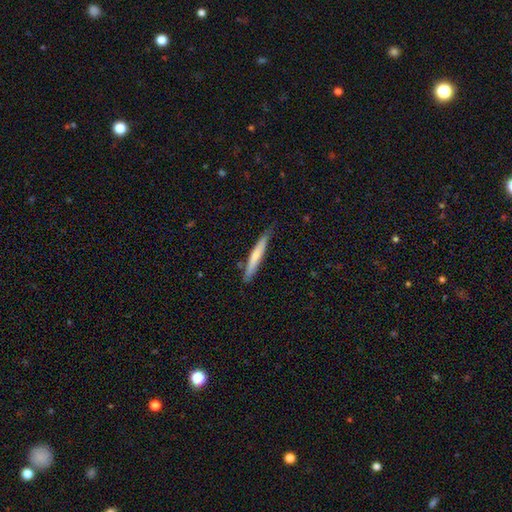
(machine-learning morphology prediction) smooth-or-featured: smooth: 59% | featured or disk: 35% | star or artifact: 6%
  how-rounded: cigar-shaped: 95% | in between: 4% | round: 1%
  merging: none: 80% | minor disturbance: 16% | major disturbance: 2% | merger: 2%